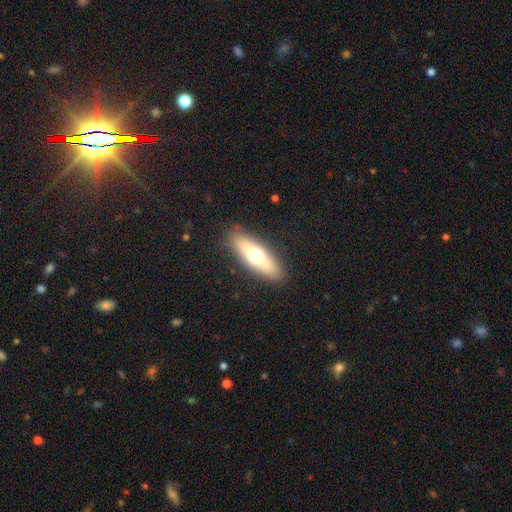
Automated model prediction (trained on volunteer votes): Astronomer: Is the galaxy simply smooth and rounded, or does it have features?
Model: smooth — 57% (runner-up: featured or disk, 35%).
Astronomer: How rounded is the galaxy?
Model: in between — 53% (runner-up: cigar-shaped, 43%).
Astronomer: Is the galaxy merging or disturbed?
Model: none — 87%.